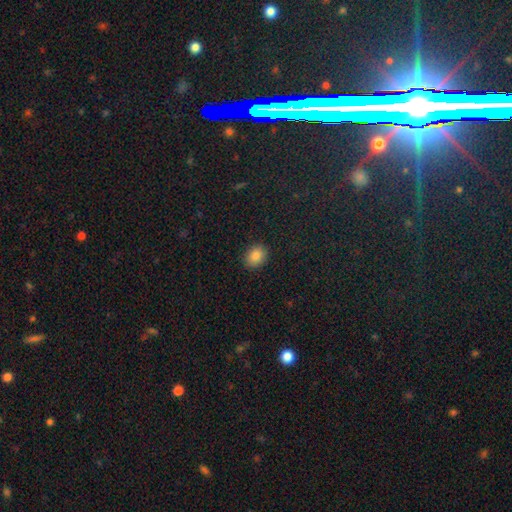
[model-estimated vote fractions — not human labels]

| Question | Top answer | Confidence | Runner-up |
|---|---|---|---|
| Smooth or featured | smooth | 85% | star or artifact (10%) |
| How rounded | in between | 54% | round (45%) |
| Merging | none | 89% | minor disturbance (8%) |